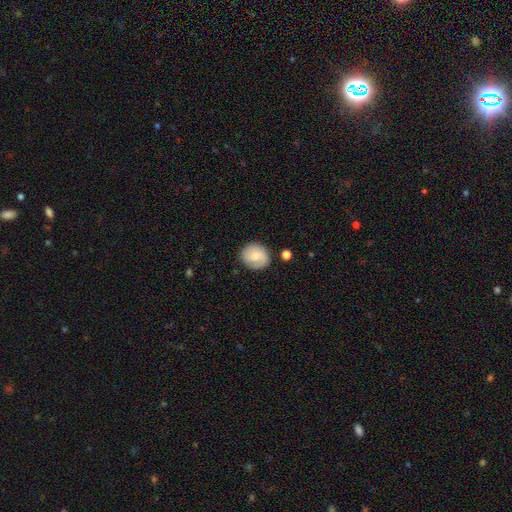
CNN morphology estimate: smooth_or_featured: smooth (p=0.57) [alt: featured or disk p=0.35]
how_rounded: round (p=0.75) [alt: in between p=0.24]
merging: none (p=0.80) [alt: minor disturbance p=0.14]